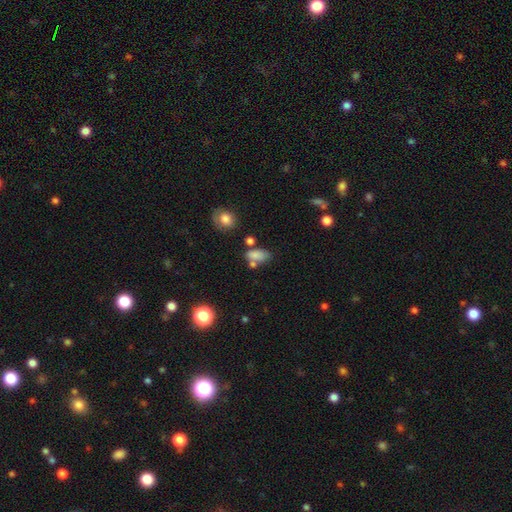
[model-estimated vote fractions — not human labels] smooth-or-featured: smooth: 79% | star or artifact: 12% | featured or disk: 9%
  how-rounded: in between: 85% | round: 9% | cigar-shaped: 6%
  merging: none: 52% | merger: 22% | minor disturbance: 19% | major disturbance: 8%